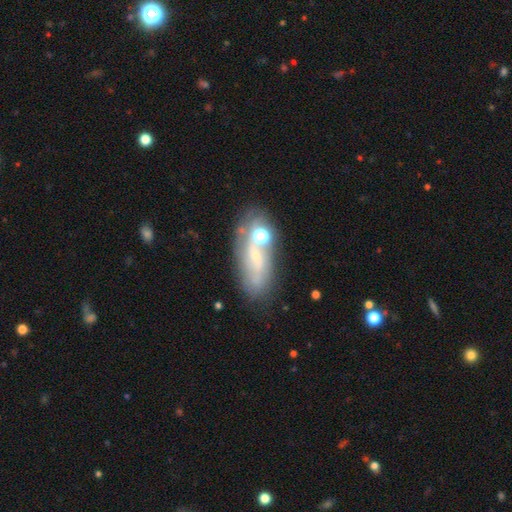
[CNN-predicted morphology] Smooth or featured? Predicted: featured or disk (p=0.50). Edge-on disk? Predicted: no (p=0.83). Merging? Predicted: none (p=0.52).